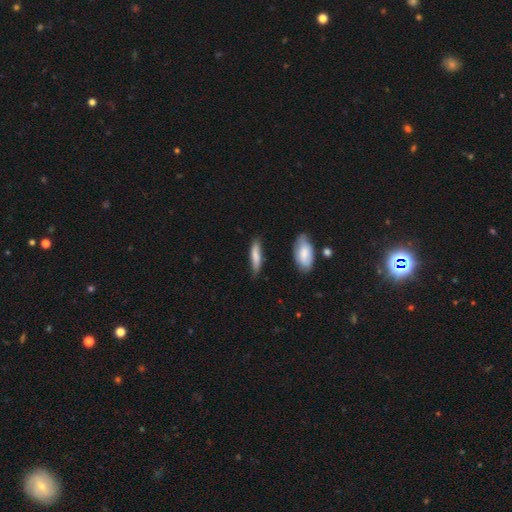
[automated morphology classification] Smooth or featured: smooth — 77% (featured or disk — 17%)
How rounded: cigar-shaped — 71% (in between — 27%)
Merging: none — 71% (minor disturbance — 22%)